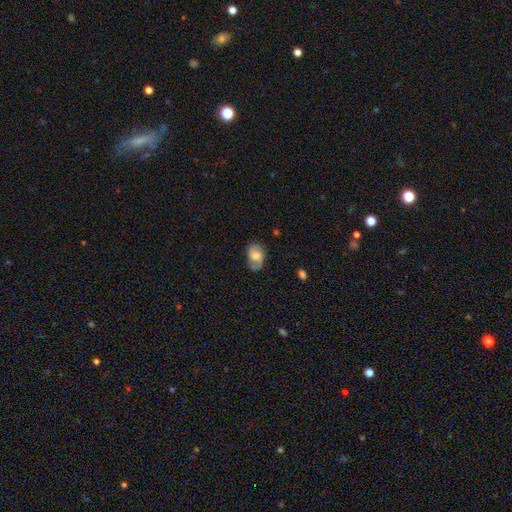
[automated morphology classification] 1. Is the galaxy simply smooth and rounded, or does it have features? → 47% smooth, 45% featured or disk, 8% star or artifact.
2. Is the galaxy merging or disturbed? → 65% none, 25% minor disturbance, 9% major disturbance, 2% merger.